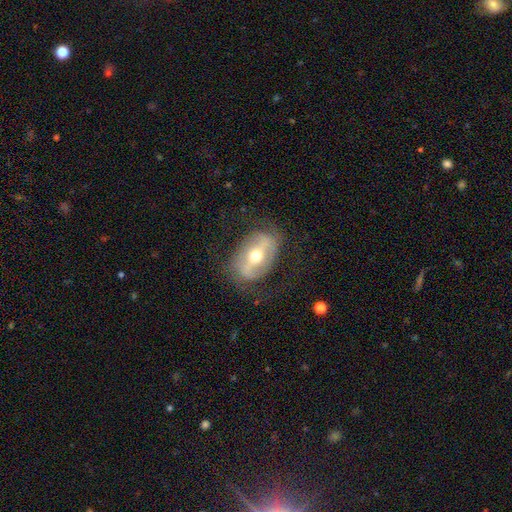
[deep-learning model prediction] Morphology: type=featured or disk (76%); edge-on=no (91%); bar=strong (56%); spiral arms=yes (66%); bulge=moderate (70%); merging=none (73%).